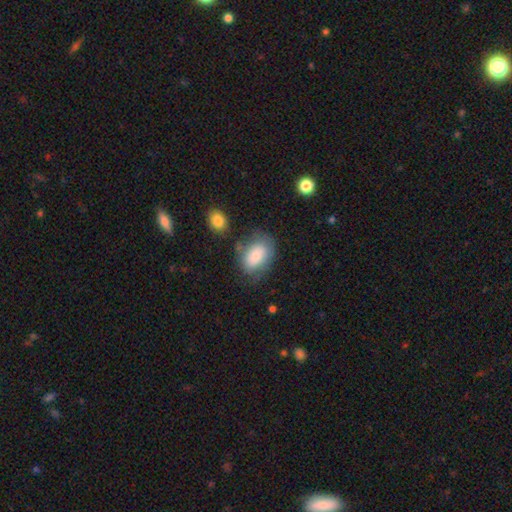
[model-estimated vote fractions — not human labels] This appears to be a smooth galaxy with no disk features (79%) that is in between round and cigar-shaped (86%). Merging: none (59%).